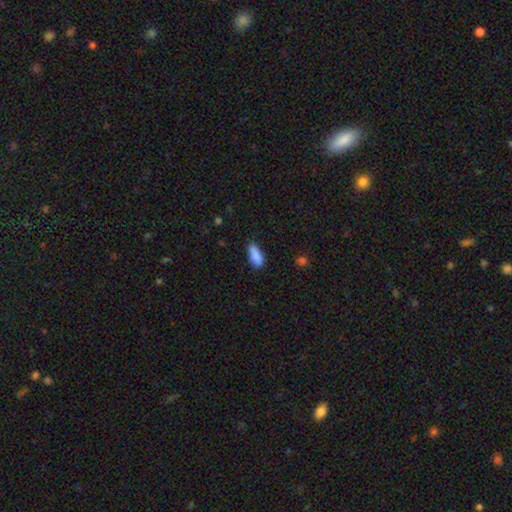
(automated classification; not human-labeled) A smooth galaxy with no disk features (86%) that is in between round and cigar-shaped (77%). Merging: none (68%).